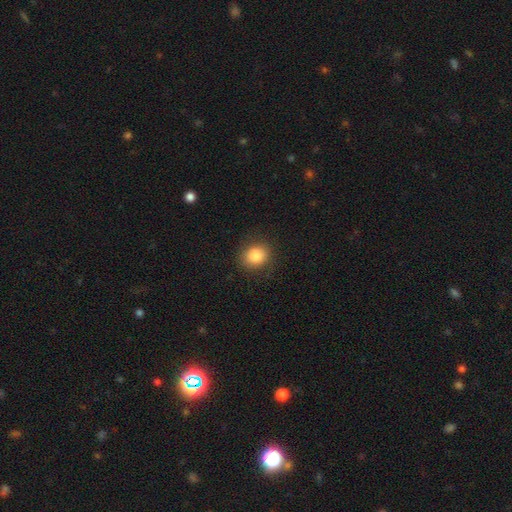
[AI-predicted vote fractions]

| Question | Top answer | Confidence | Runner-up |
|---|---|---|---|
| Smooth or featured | smooth | 85% | star or artifact (9%) |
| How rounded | round | 73% | in between (26%) |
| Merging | none | 85% | minor disturbance (10%) |